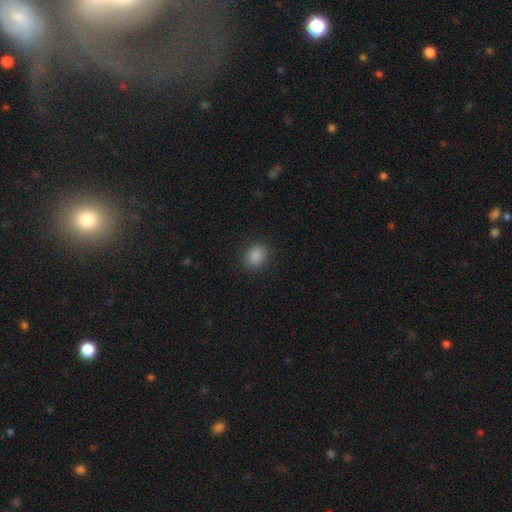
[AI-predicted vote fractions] The model was most divided on "how rounded": in between: 52%, round: 47%, cigar-shaped: 1%. More confident: smooth or featured — smooth (87%); merging — none (86%).